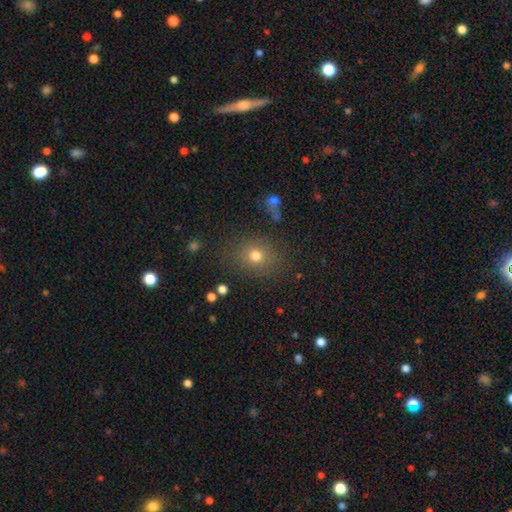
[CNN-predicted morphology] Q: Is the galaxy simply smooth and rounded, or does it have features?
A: smooth — 74%.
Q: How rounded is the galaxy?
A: round — 67%.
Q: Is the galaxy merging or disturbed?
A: none — 81%.